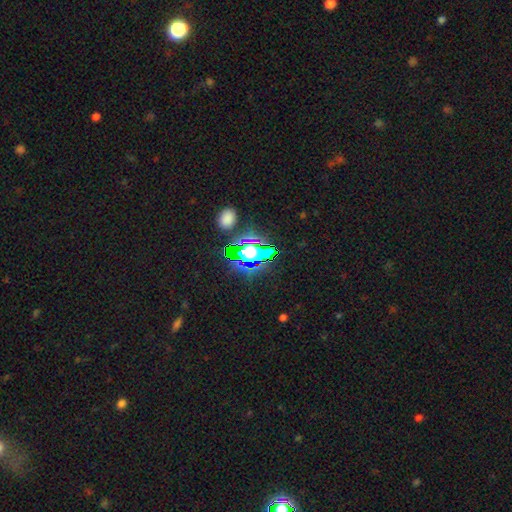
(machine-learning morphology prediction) star or artifact 54%, smooth 32%, featured or disk 15%.